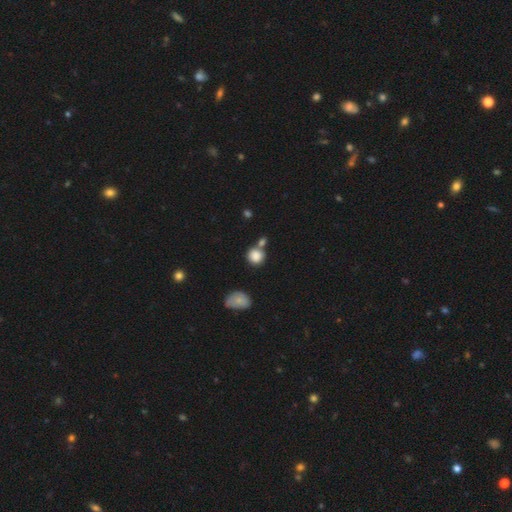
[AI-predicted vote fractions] smooth 85%, star or artifact 10%, featured or disk 6%. Down the decision tree: how rounded — round (84%); merging — none (58%).